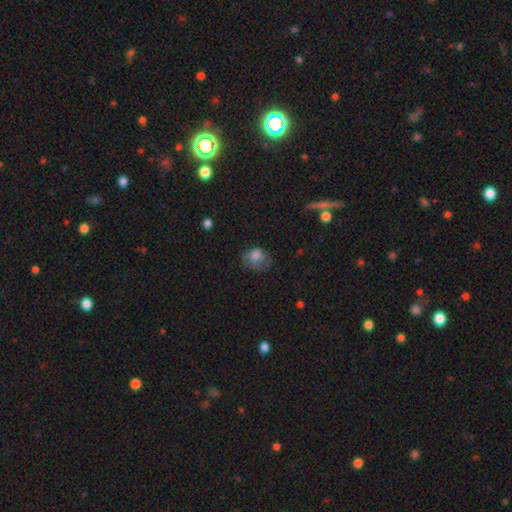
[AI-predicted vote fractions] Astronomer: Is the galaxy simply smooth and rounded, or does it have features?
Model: smooth — 71%.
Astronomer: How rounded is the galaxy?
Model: round — 57% (runner-up: in between, 42%).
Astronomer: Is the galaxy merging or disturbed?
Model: none — 45% (runner-up: minor disturbance, 28%).